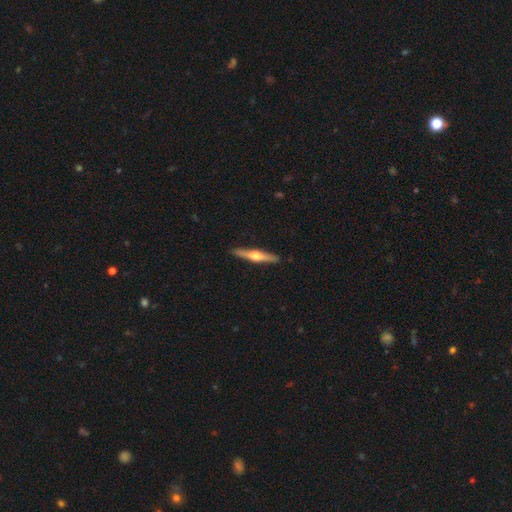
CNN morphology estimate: Smooth or featured? Predicted: featured or disk (p=0.65). Edge-on disk? Predicted: yes (p=0.97). Edge-on bulge? Predicted: rounded (p=0.93). Merging? Predicted: none (p=0.91).